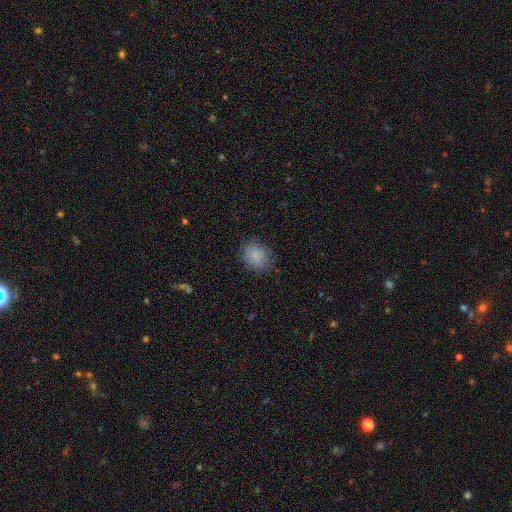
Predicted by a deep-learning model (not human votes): Q: Smooth or featured?
A: smooth (83%); runner-up: star or artifact (9%)
Q: How rounded?
A: round (70%); runner-up: in between (29%)
Q: Merging?
A: none (76%); runner-up: minor disturbance (17%)